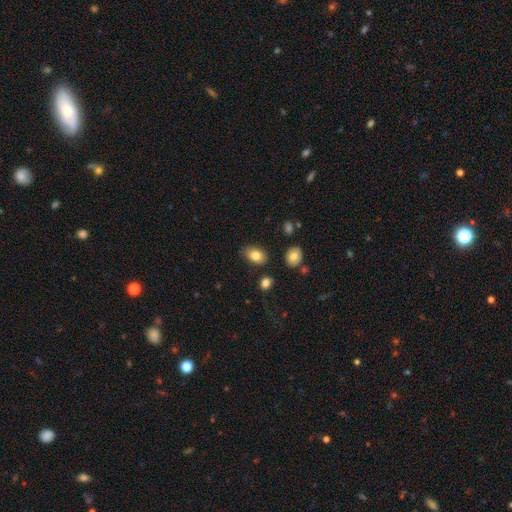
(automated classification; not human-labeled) A smooth galaxy with no disk features (81%) that is in between round and cigar-shaped (87%). Merging: none (79%).